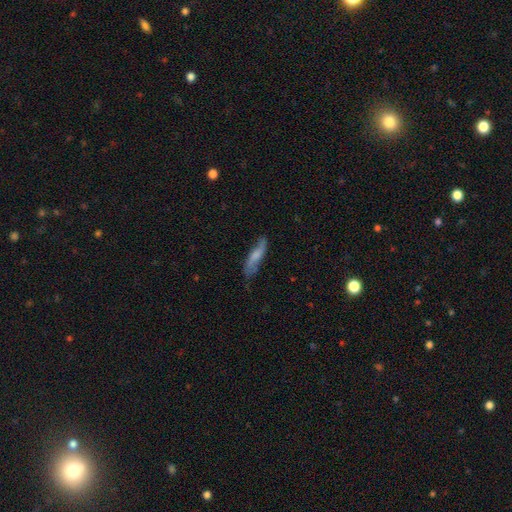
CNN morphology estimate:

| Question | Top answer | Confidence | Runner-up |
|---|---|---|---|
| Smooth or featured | smooth | 55% | featured or disk (39%) |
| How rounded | cigar-shaped | 70% | in between (27%) |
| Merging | none | 68% | minor disturbance (24%) |